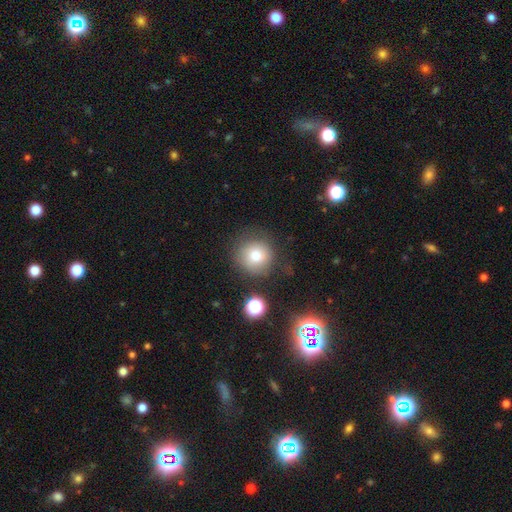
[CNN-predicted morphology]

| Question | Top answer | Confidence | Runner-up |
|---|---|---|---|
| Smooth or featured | smooth | 73% | featured or disk (13%) |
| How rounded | round | 93% | in between (6%) |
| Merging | none | 74% | minor disturbance (15%) |